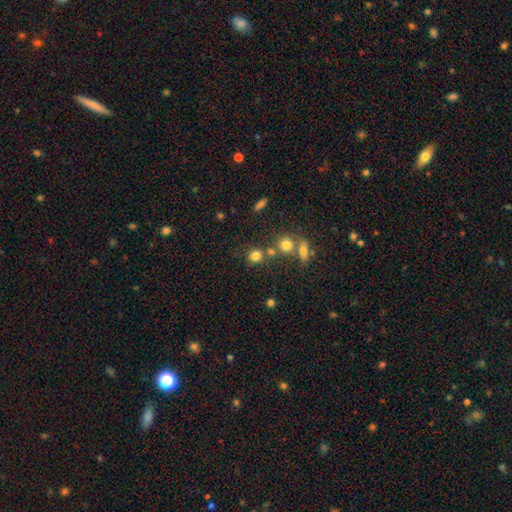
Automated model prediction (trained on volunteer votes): Smooth or featured: smooth — 77% (star or artifact — 15%)
How rounded: round — 87% (in between — 12%)
Merging: none — 67% (merger — 20%)